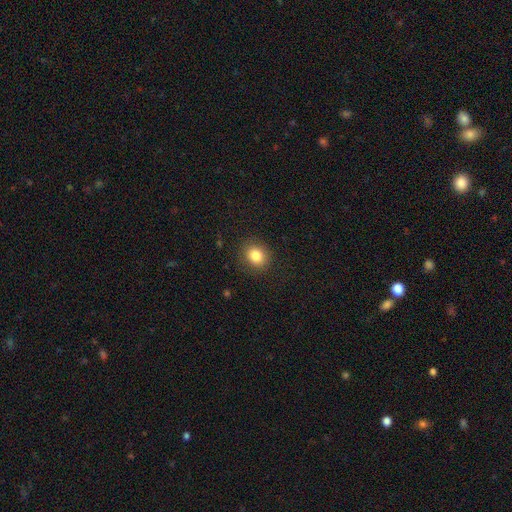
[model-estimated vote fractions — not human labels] Smooth or featured?
  - smooth: 83% *
  - star or artifact: 10%
  - featured or disk: 6%
How rounded?
  - round: 74% *
  - in between: 25%
  - cigar-shaped: 1%
Merging?
  - none: 88% *
  - minor disturbance: 8%
  - major disturbance: 3%
  - merger: 1%